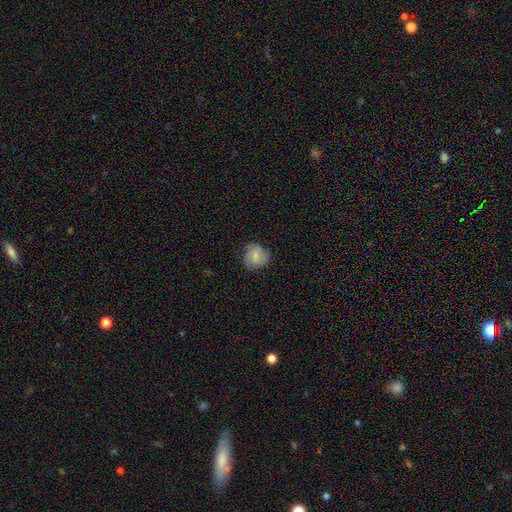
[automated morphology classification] This is likely a smooth galaxy (73%). How rounded: clearly round (81%). Merging: likely none (70%).